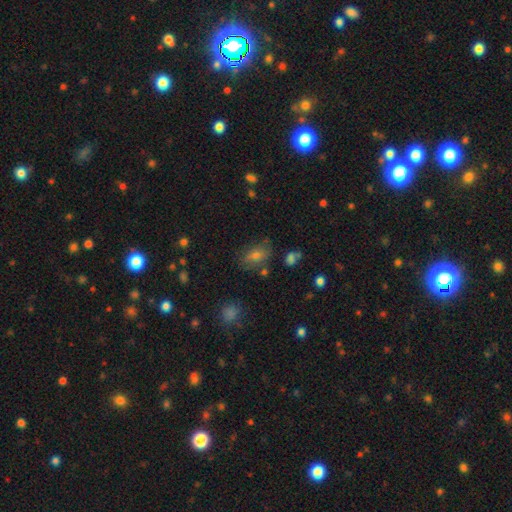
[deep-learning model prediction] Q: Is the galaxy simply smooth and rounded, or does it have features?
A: smooth — 63%.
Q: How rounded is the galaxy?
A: in between — 78%.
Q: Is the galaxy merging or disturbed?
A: none — 70%.